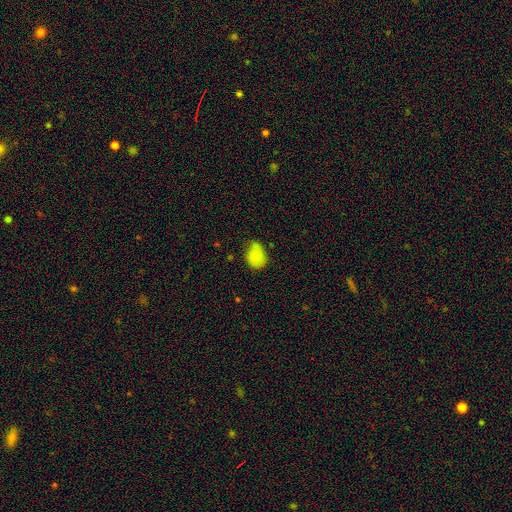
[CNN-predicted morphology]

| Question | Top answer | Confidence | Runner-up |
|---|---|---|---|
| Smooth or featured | smooth | 79% | featured or disk (13%) |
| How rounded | in between | 63% | round (36%) |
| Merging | none | 49% | minor disturbance (38%) |